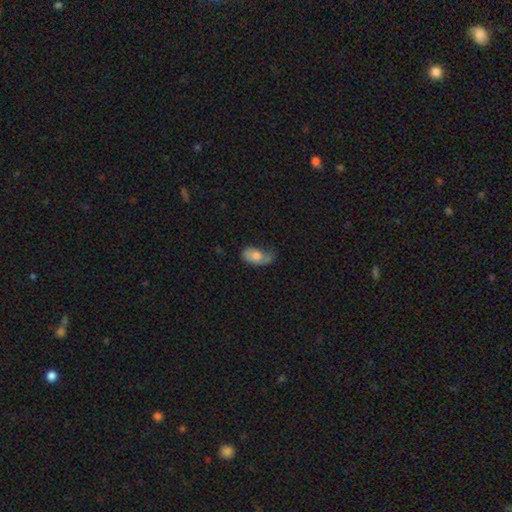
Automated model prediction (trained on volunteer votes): smooth-or-featured: smooth: 68% | featured or disk: 25% | star or artifact: 7%
  how-rounded: in between: 90% | round: 7% | cigar-shaped: 3%
  merging: minor disturbance: 37% | none: 30% | major disturbance: 29% | merger: 4%